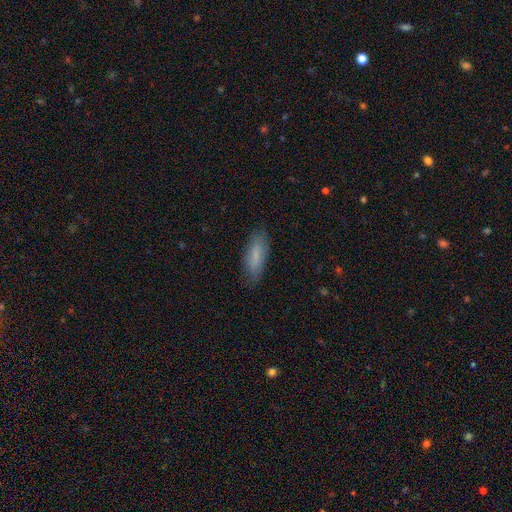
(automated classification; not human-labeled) This appears to be a smooth galaxy with no disk features (77%) that is in between round and cigar-shaped (50%). Merging: none (82%).